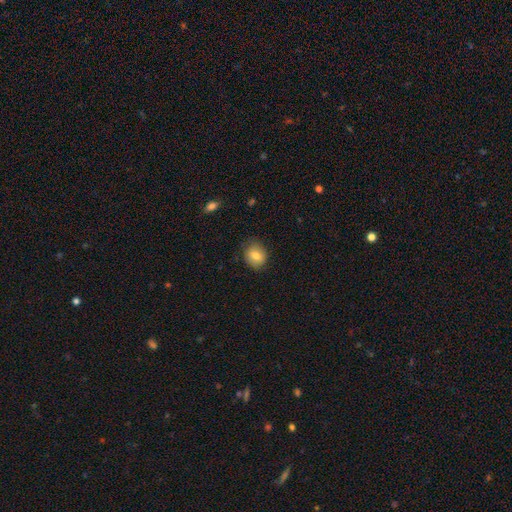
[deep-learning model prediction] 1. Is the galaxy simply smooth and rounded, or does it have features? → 77% smooth, 14% featured or disk, 9% star or artifact.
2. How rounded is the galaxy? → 57% round, 42% in between, 1% cigar-shaped.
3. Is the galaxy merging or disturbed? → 79% none, 16% minor disturbance, 4% major disturbance, 1% merger.